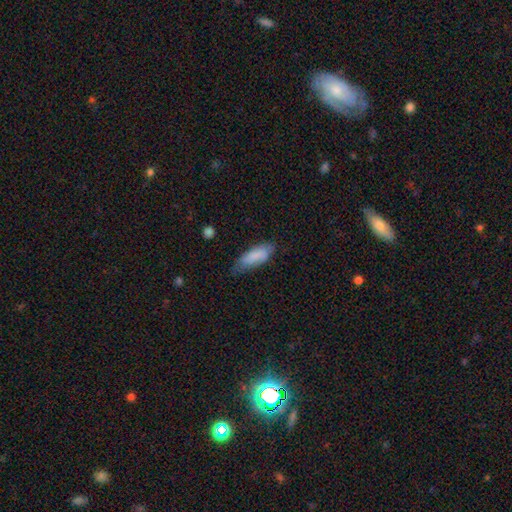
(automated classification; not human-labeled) This is clearly a smooth galaxy (81%). How rounded: likely in between (71%). Merging: possibly none (58%).